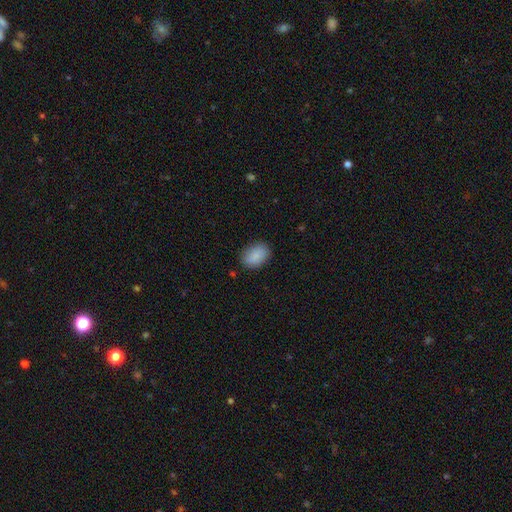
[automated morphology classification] Smooth or featured: smooth — 87% (star or artifact — 7%)
How rounded: in between — 80% (round — 19%)
Merging: none — 82% (minor disturbance — 14%)